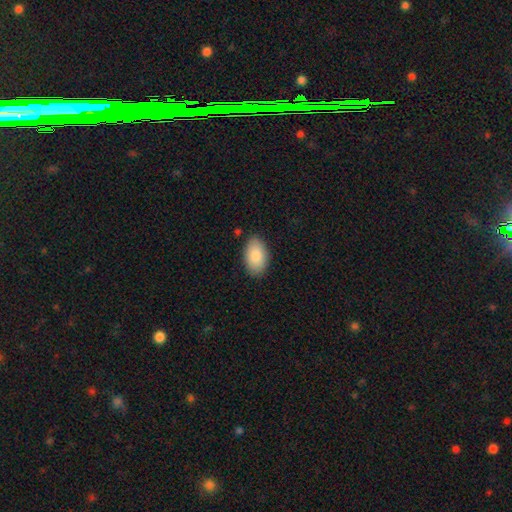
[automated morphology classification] type=smooth (87%); roundness=in between (94%); merging=none (84%).